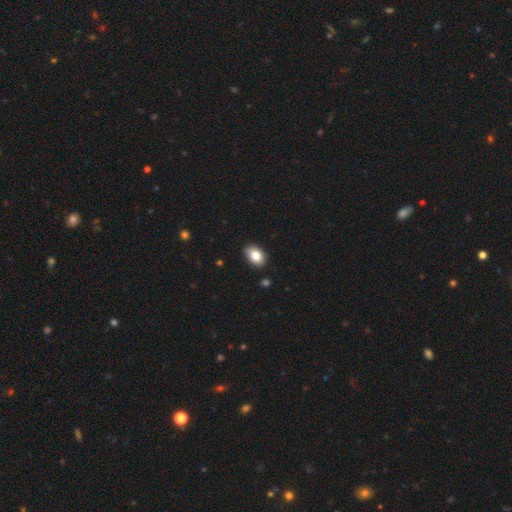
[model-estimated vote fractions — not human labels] smooth_or_featured: smooth (p=0.83) [alt: featured or disk p=0.09]
how_rounded: in between (p=0.83) [alt: round p=0.15]
merging: none (p=0.85) [alt: minor disturbance p=0.11]